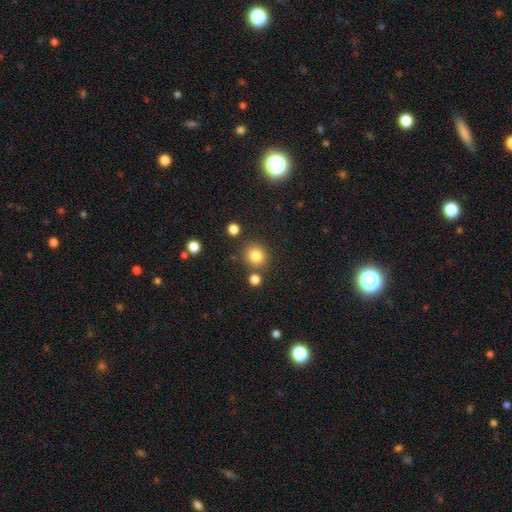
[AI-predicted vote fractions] This is clearly a smooth galaxy (83%). How rounded: clearly round (86%). Merging: clearly none (81%).